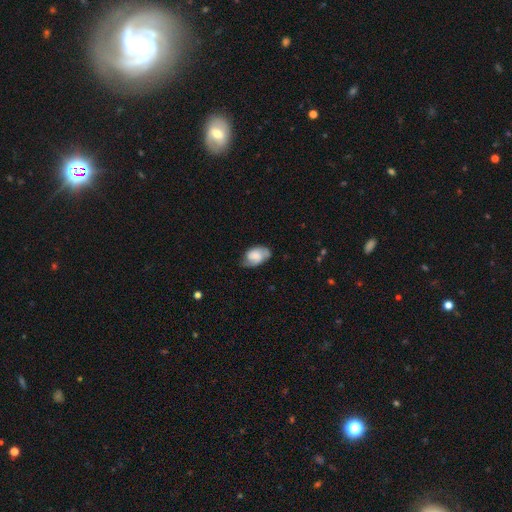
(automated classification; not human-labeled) A smooth galaxy with no disk features (50%). Merging: none (60%).